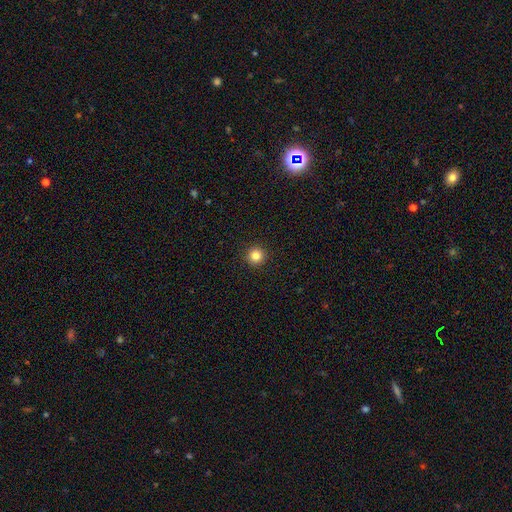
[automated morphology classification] smooth-or-featured: smooth: 83% | star or artifact: 12% | featured or disk: 4%
  how-rounded: round: 96% | in between: 3% | cigar-shaped: 1%
  merging: none: 94% | minor disturbance: 4% | major disturbance: 2% | merger: 1%